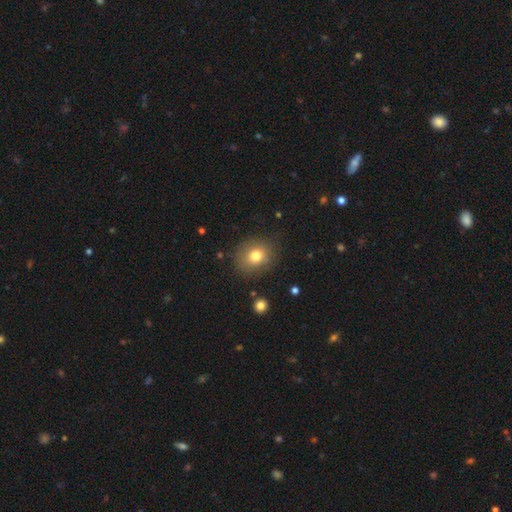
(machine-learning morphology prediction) Smooth or featured: smooth — 77% (star or artifact — 12%)
How rounded: round — 64% (in between — 35%)
Merging: none — 82% (minor disturbance — 12%)